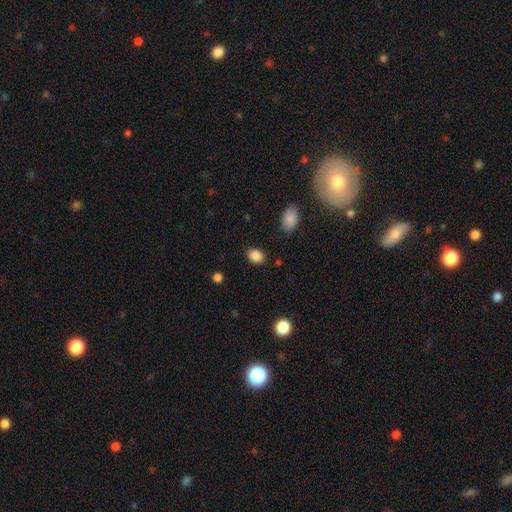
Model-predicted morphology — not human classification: Smooth or featured? smooth (88%)
How rounded? in between (67%)
Merging? none (85%)